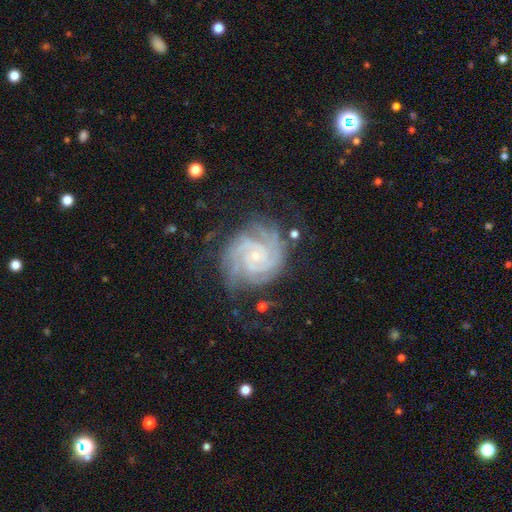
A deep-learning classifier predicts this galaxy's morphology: Q: Smooth or featured?
A: featured or disk (91%); runner-up: star or artifact (5%)
Q: Edge-on disk?
A: no (98%); runner-up: yes (2%)
Q: Bar?
A: no (70%); runner-up: weak (23%)
Q: Spiral arms?
A: yes (99%); runner-up: no (1%)
Q: Spiral winding?
A: tight (79%); runner-up: medium (19%)
Q: Spiral arm count?
A: 4 (27%); runner-up: 3 (26%)
Q: Bulge size?
A: small (82%); runner-up: moderate (12%)
Q: Merging?
A: none (72%); runner-up: minor disturbance (18%)